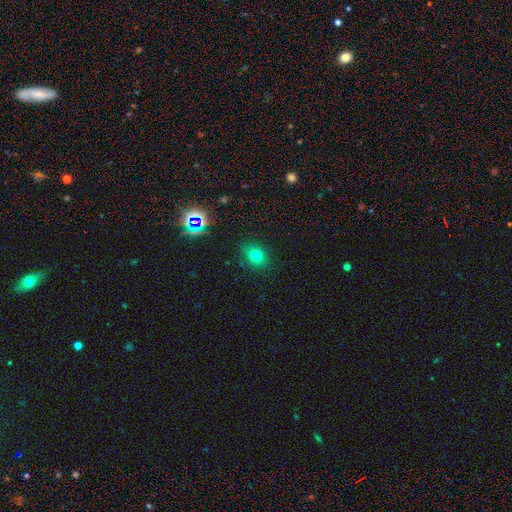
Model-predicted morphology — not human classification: A smooth galaxy with no disk features (73%) that is in between round and cigar-shaped (50%). Merging: none (86%).